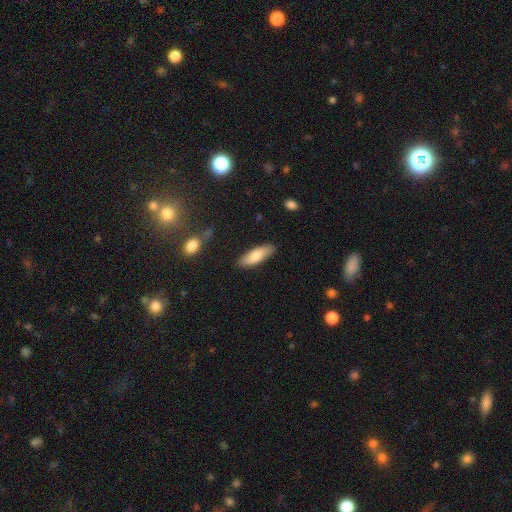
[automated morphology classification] Smooth or featured? Predicted: smooth (p=0.80). How rounded? Predicted: in between (p=0.55). Merging? Predicted: none (p=0.85).